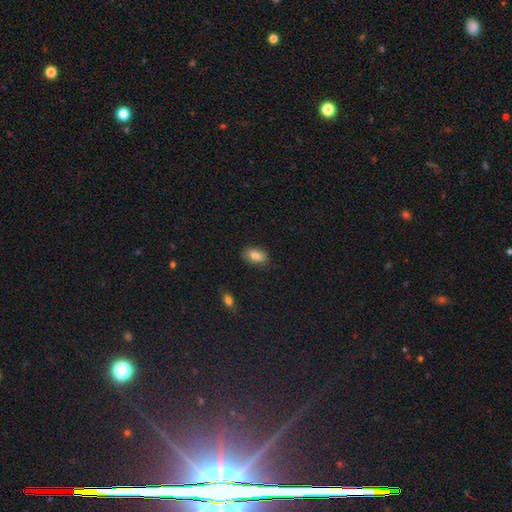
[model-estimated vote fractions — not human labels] The model was most divided on "merging": none: 82%, minor disturbance: 13%, major disturbance: 3%, merger: 2%. More confident: how rounded — in between (90%); smooth or featured — smooth (84%).